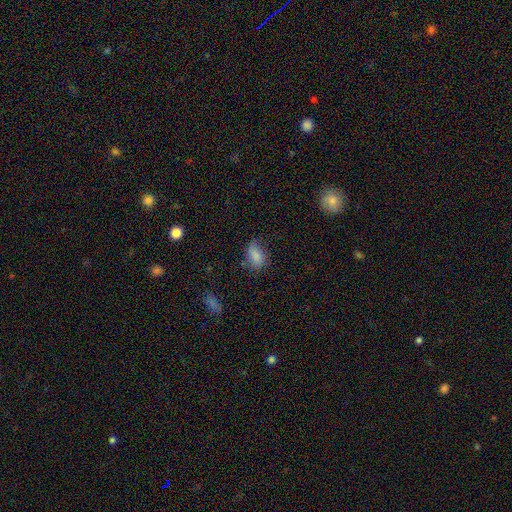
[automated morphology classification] smooth_or_featured: smooth (p=0.81) [alt: star or artifact p=0.10]
how_rounded: in between (p=0.87) [alt: round p=0.11]
merging: none (p=0.53) [alt: minor disturbance p=0.32]